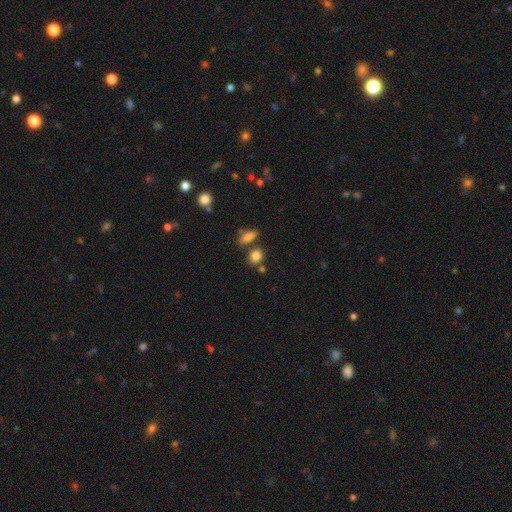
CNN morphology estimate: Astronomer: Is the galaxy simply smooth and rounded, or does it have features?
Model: smooth — 83%.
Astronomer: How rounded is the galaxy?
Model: round — 53% (runner-up: in between, 44%).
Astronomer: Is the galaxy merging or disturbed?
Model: none — 63%.